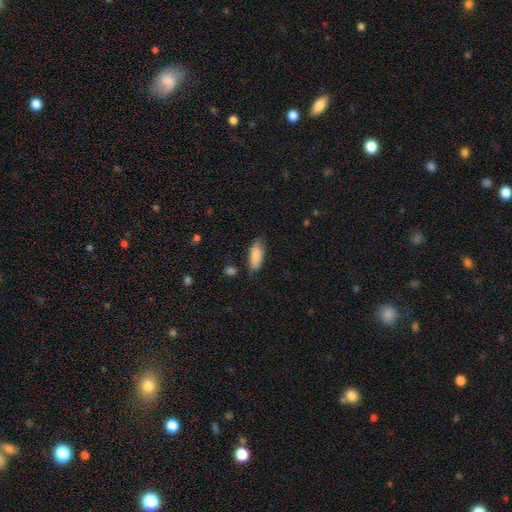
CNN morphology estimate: Smooth or featured? smooth (85%)
How rounded? in between (76%)
Merging? none (75%)